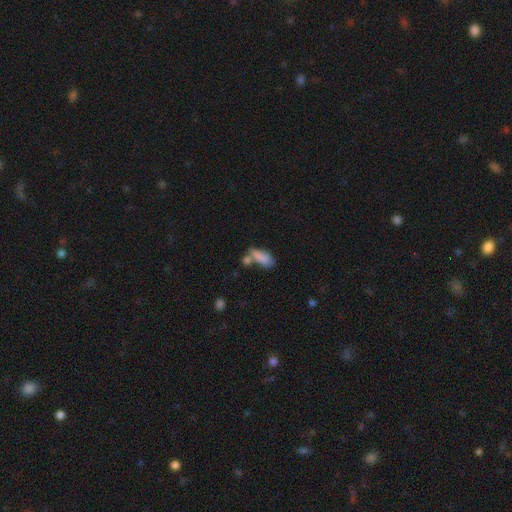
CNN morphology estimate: This is likely a smooth galaxy (76%). How rounded: likely in between (71%). Merging: marginally none (41%).